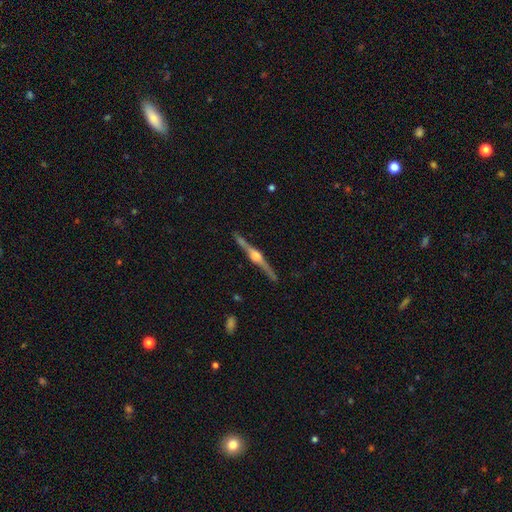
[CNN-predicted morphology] The model was most divided on "smooth or featured": featured or disk: 87%, smooth: 7%, star or artifact: 6%. More confident: edge-on disk — yes (98%); edge-on bulge — rounded (91%); merging — none (90%).